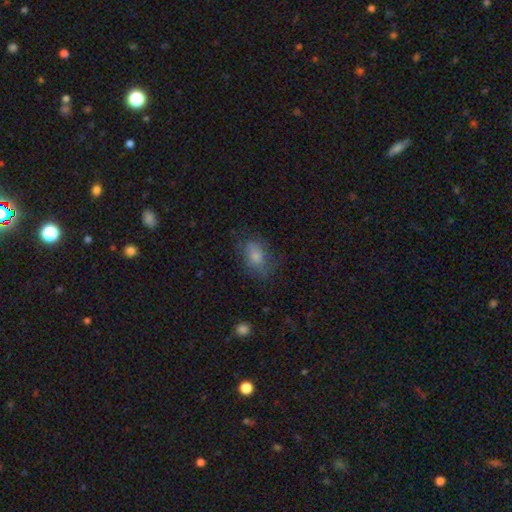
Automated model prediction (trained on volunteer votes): smooth 76%, featured or disk 14%, star or artifact 10%. Down the decision tree: how rounded — in between (82%); merging — none (60%).